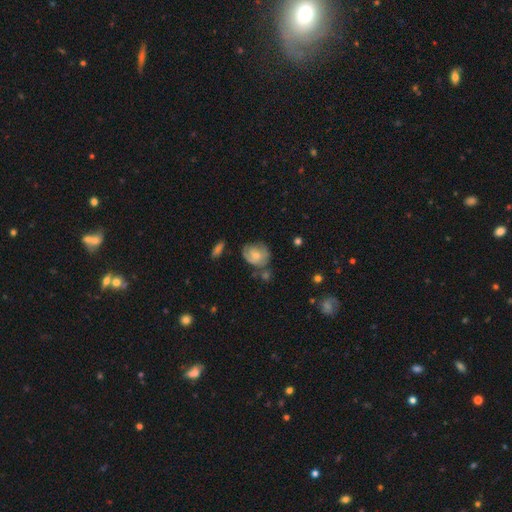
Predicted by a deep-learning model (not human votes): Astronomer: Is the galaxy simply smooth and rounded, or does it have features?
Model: featured or disk — 57% (runner-up: smooth, 36%).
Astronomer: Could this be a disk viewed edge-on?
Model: no — 96%.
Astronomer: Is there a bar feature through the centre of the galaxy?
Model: no — 72%.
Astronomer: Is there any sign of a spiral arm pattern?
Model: yes — 78%.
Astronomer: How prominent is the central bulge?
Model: moderate — 46%, tied with small at 46%.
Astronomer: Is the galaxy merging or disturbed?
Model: none — 50% (runner-up: minor disturbance, 27%).